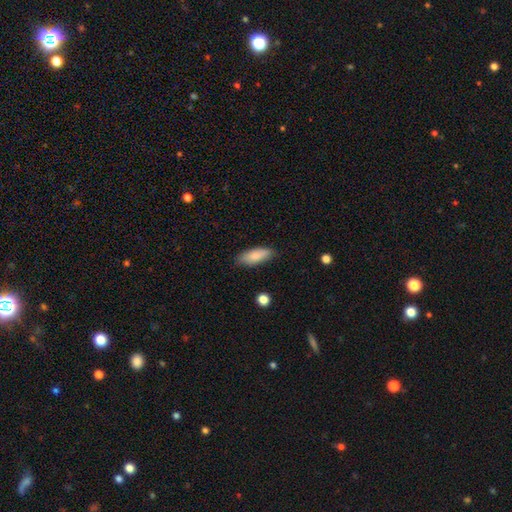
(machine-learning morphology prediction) This appears to be a smooth galaxy with no disk features (83%) that is in between round and cigar-shaped (74%). Merging: none (83%).